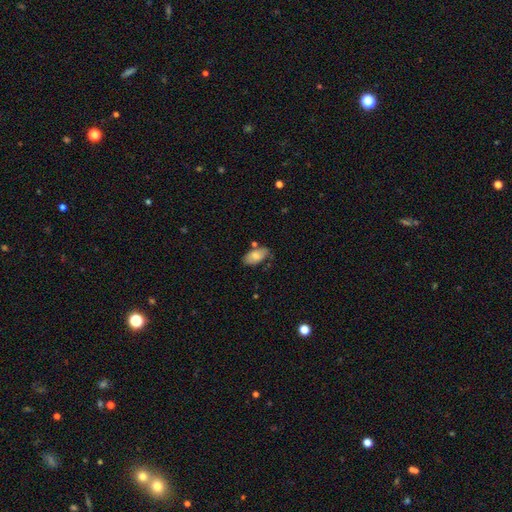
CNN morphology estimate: A smooth galaxy with no disk features (76%) that is in between round and cigar-shaped (93%).

Vote fractions:
- Smooth or featured? smooth: 76% / featured or disk: 17% / star or artifact: 7%
- How rounded? in between: 93% / cigar-shaped: 3% / round: 3%
- Merging? none: 66% / minor disturbance: 22% / merger: 7% / major disturbance: 5%